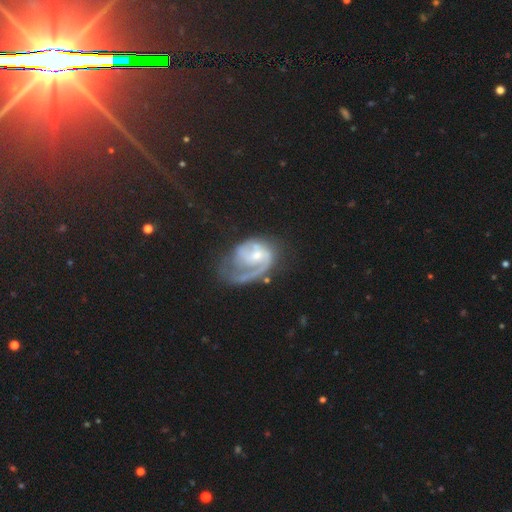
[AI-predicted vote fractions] featured or disk 79%, smooth 15%, star or artifact 6%. Down the decision tree: edge-on disk — no (98%); bar — no (54%); spiral arms — yes (90%); spiral arm count — 1 (55%); spiral winding — medium (42%); bulge size — small (48%); merging — major disturbance (39%).